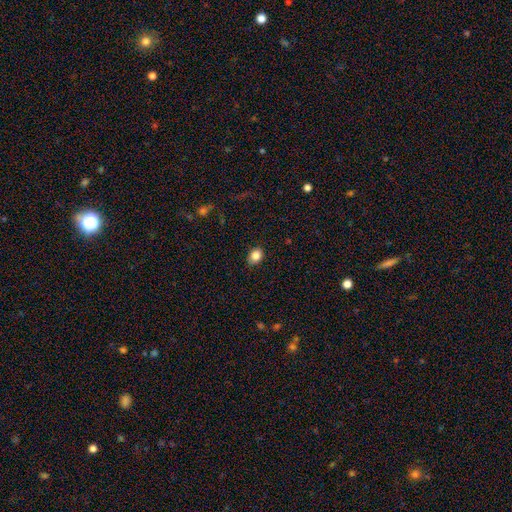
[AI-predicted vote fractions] smooth 85%, star or artifact 9%, featured or disk 6%. Down the decision tree: how rounded — in between (64%); merging — none (84%).